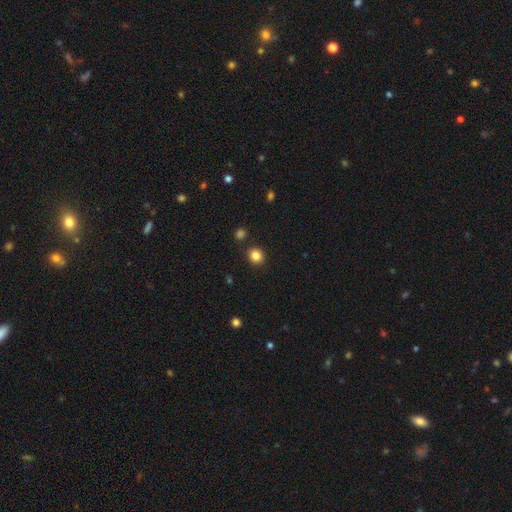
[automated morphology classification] type=smooth (84%); roundness=round (86%); merging=none (88%).